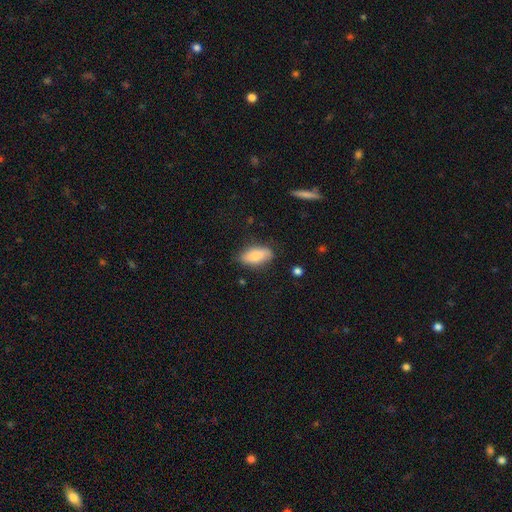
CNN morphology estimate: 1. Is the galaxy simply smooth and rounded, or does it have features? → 82% smooth, 12% featured or disk, 7% star or artifact.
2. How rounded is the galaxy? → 82% in between, 15% cigar-shaped, 2% round.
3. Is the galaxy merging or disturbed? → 74% none, 20% minor disturbance, 4% major disturbance, 2% merger.